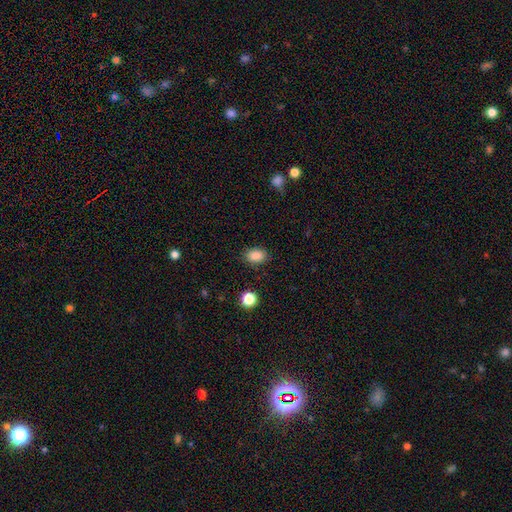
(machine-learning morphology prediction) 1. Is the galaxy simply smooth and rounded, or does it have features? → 87% smooth, 9% star or artifact, 4% featured or disk.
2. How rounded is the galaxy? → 80% in between, 18% round, 1% cigar-shaped.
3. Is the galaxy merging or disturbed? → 85% none, 10% minor disturbance, 3% major disturbance, 1% merger.